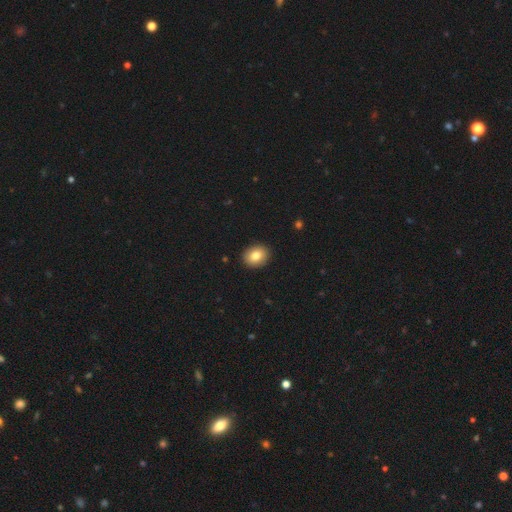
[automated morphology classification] Smooth or featured: smooth — 82% (featured or disk — 9%)
How rounded: round — 53% (in between — 46%)
Merging: none — 92% (minor disturbance — 6%)